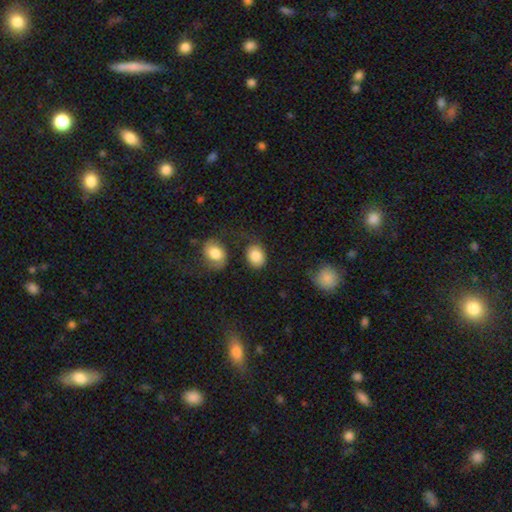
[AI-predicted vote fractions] The model was most divided on "how rounded": in between: 57%, round: 42%, cigar-shaped: 1%. More confident: smooth or featured — smooth (85%); merging — none (67%).